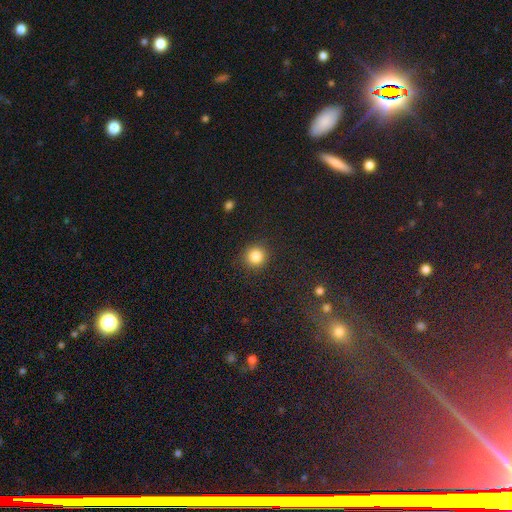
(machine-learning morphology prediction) This appears to be a smooth galaxy with no disk features (83%) that is round (94%). Merging: none (91%).